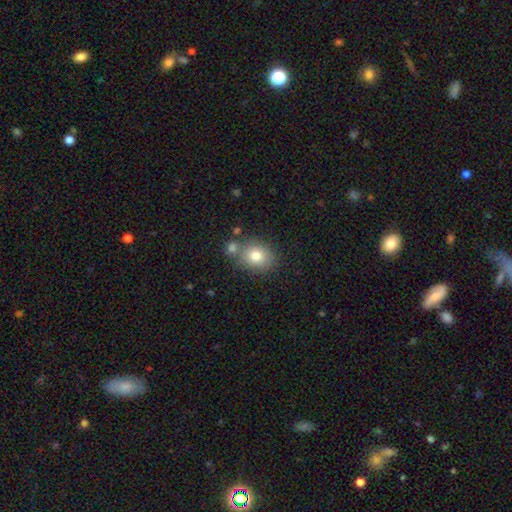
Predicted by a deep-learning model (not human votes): This is likely a smooth galaxy (79%). How rounded: possibly round (59%). Merging: likely none (66%).